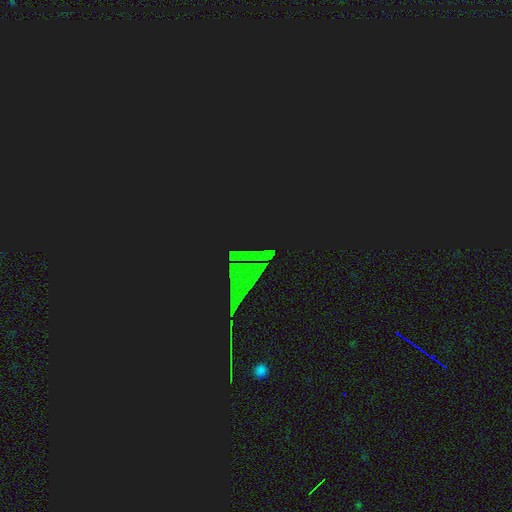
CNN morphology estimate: Smooth or featured: star or artifact — 82% (smooth — 10%)